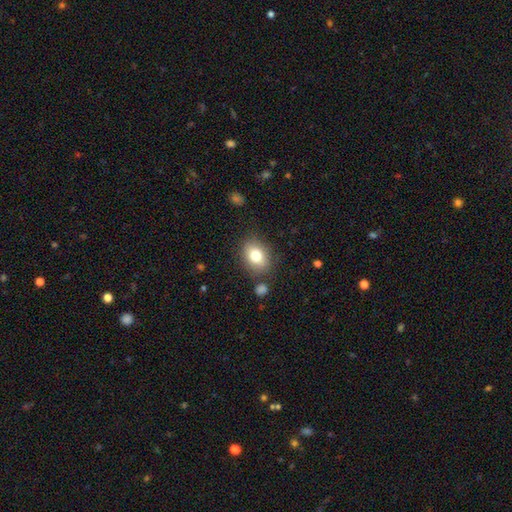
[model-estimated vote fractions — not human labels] smooth_or_featured: smooth (p=0.78) [alt: featured or disk p=0.13]
how_rounded: in between (p=0.62) [alt: round p=0.36]
merging: none (p=0.79) [alt: minor disturbance p=0.13]